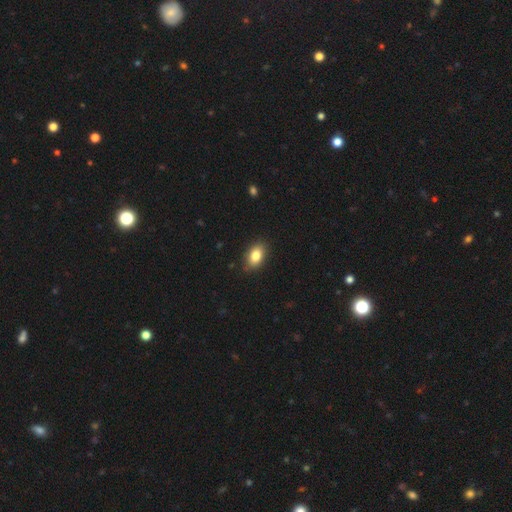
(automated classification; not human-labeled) A smooth galaxy with no disk features (84%) that is in between round and cigar-shaped (86%).

Vote fractions:
- Smooth or featured? smooth: 84% / star or artifact: 8% / featured or disk: 8%
- How rounded? in between: 86% / round: 12% / cigar-shaped: 2%
- Merging? none: 86% / minor disturbance: 11% / major disturbance: 2% / merger: 1%